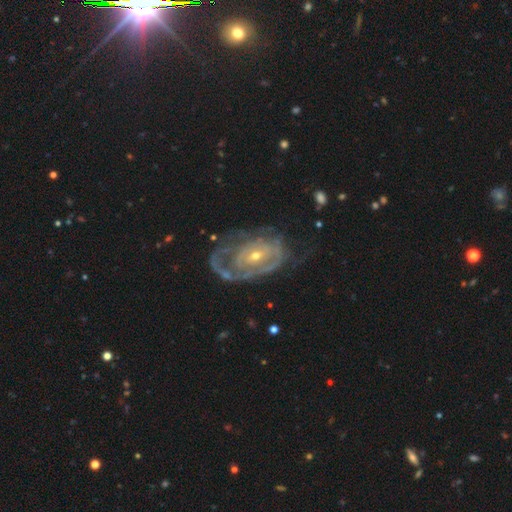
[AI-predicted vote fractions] Morphology: type=featured or disk (81%); edge-on=no (96%); bar=no (68%); spiral arms=yes (76%); winding=tight (62%); arm count=can't tell (45%); bulge=small (64%); merging=none (42%).